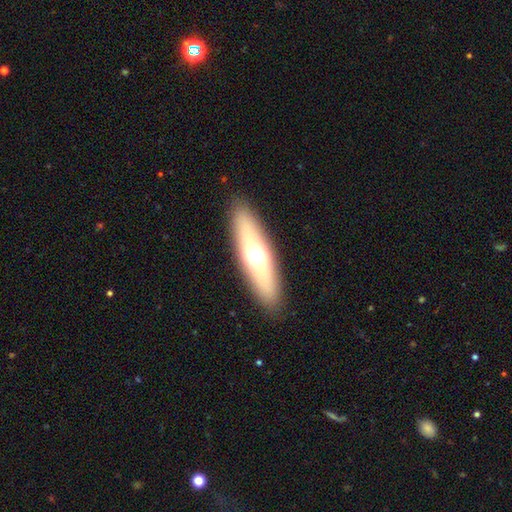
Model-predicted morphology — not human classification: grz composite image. It shows a smooth galaxy with no disk features (52%) that is cigar-shaped (53%). Merging: none (88%).